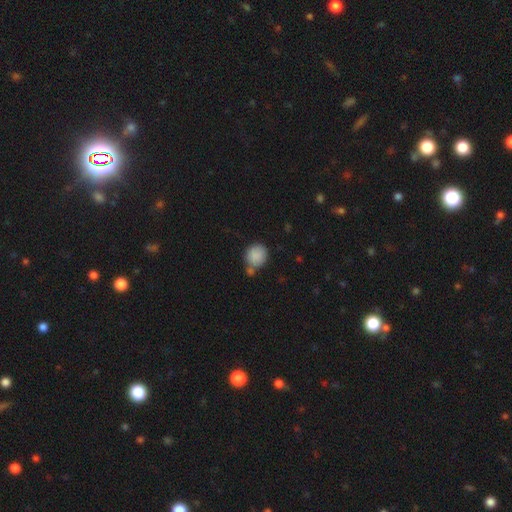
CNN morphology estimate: Overall: smooth (88%). How rounded: round (85%). Merging: none (58%; merger 23%).